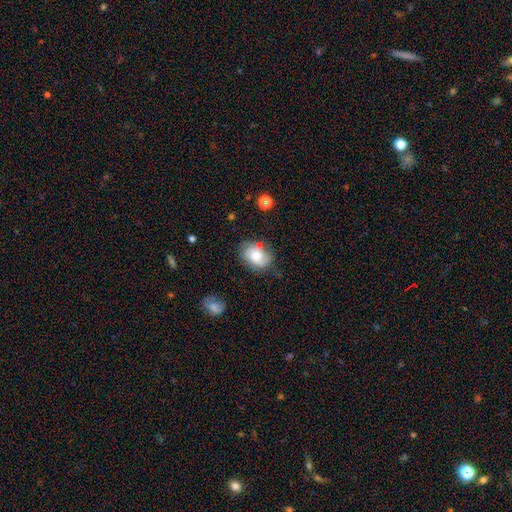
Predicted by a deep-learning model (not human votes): Smooth or featured: smooth — 56% (featured or disk — 34%)
How rounded: in between — 66% (round — 33%)
Merging: none — 62% (minor disturbance — 25%)